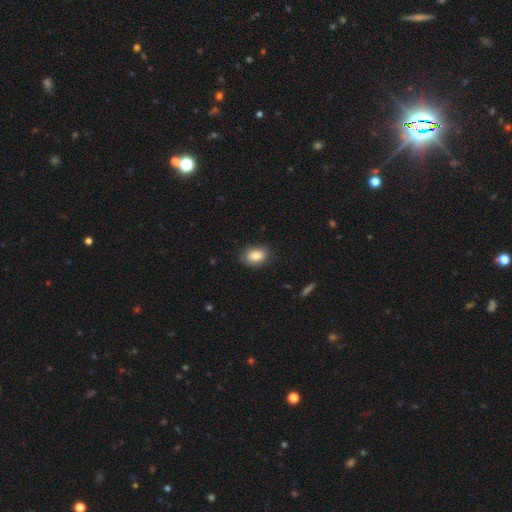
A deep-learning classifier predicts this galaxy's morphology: The model was most divided on "merging": none: 84%, minor disturbance: 13%, major disturbance: 3%, merger: 1%. More confident: smooth or featured — smooth (86%); how rounded — in between (85%).